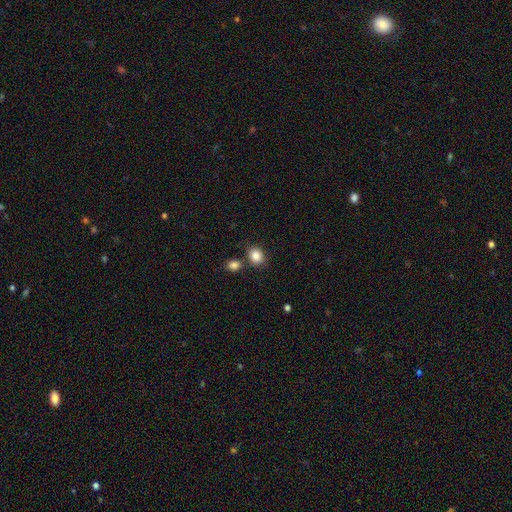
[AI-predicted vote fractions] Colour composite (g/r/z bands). It shows a smooth galaxy with no disk features (86%) that is round (60%). Merging: none (73%).